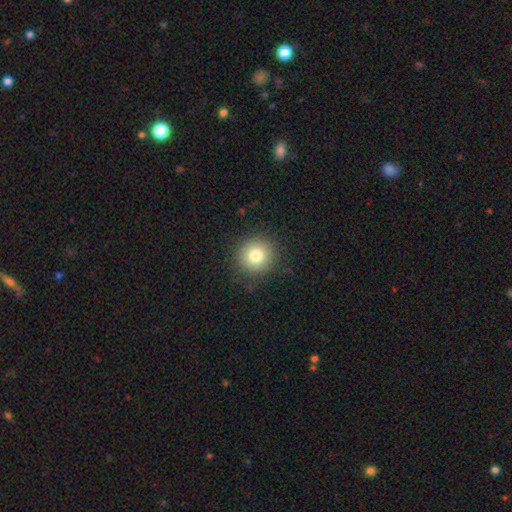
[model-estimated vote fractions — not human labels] Q: Smooth or featured?
A: smooth (80%); runner-up: star or artifact (11%)
Q: How rounded?
A: round (93%); runner-up: in between (6%)
Q: Merging?
A: none (88%); runner-up: minor disturbance (8%)